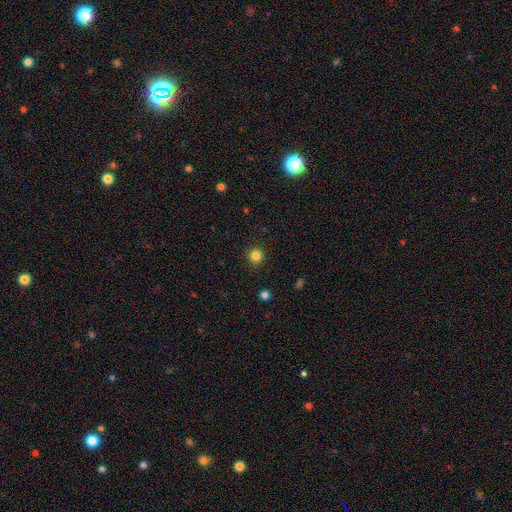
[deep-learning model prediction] Smooth or featured?
  - smooth: 83% *
  - star or artifact: 13%
  - featured or disk: 4%
How rounded?
  - round: 95% *
  - in between: 4%
  - cigar-shaped: 1%
Merging?
  - none: 92% *
  - minor disturbance: 5%
  - major disturbance: 2%
  - merger: 1%